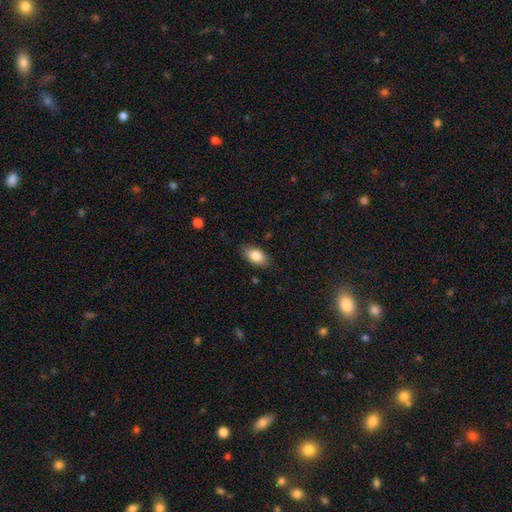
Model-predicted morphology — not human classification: Q: Smooth or featured?
A: smooth (84%); runner-up: featured or disk (9%)
Q: How rounded?
A: in between (91%); runner-up: round (5%)
Q: Merging?
A: none (84%); runner-up: minor disturbance (12%)